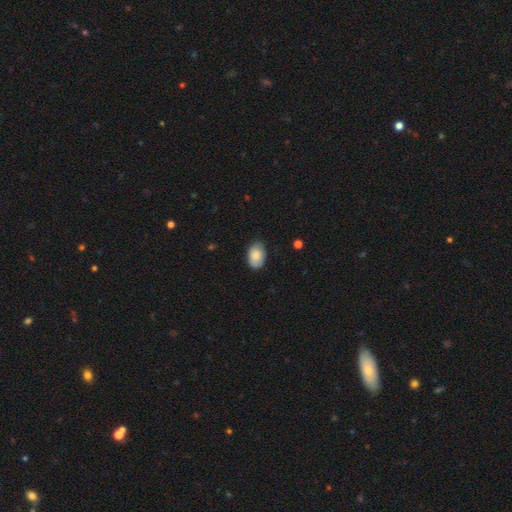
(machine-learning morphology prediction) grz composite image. It shows a smooth galaxy with no disk features (87%) that is in between round and cigar-shaped (89%). Merging: none (80%).